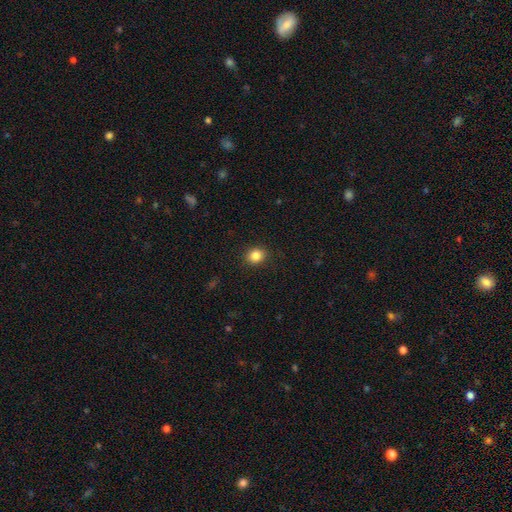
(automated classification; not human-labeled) Q: Smooth or featured?
A: smooth (84%); runner-up: star or artifact (11%)
Q: How rounded?
A: round (72%); runner-up: in between (27%)
Q: Merging?
A: none (89%); runner-up: minor disturbance (7%)